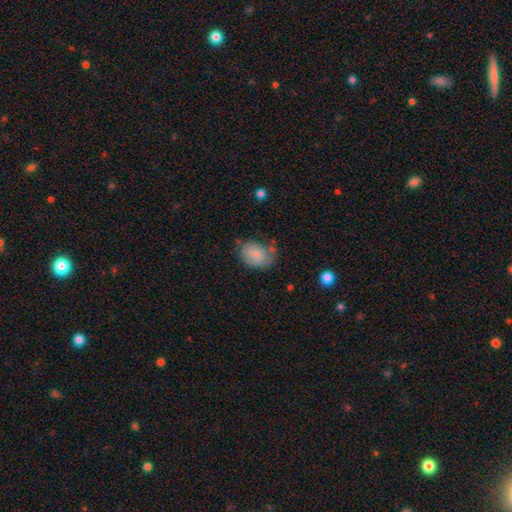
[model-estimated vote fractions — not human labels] The model was most divided on "merging": none: 52%, minor disturbance: 32%, major disturbance: 10%, merger: 6%. More confident: smooth or featured — smooth (76%); how rounded — in between (64%).